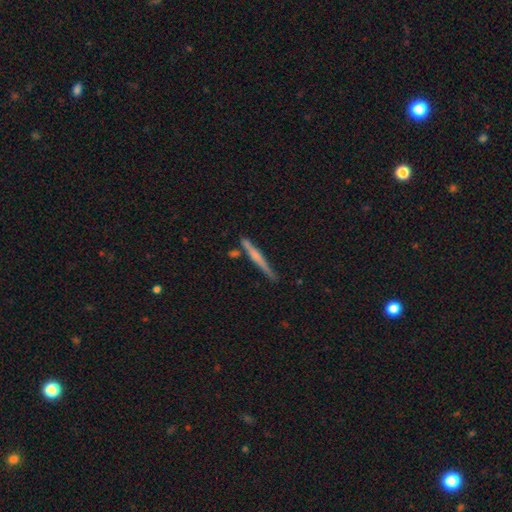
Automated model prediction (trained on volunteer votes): A featured or disk galaxy (51%) viewed edge-on (97%). Merging: none (79%).